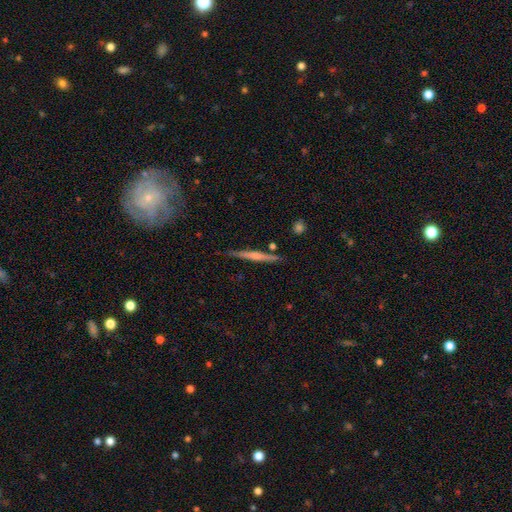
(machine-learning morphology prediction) smooth-or-featured: featured or disk: 61% | smooth: 33% | star or artifact: 6%
  disk-edge-on: yes: 97% | no: 3%
    edge-on-bulge: rounded: 51% | none: 36% | boxy: 12%
  merging: none: 85% | minor disturbance: 10% | merger: 3% | major disturbance: 2%